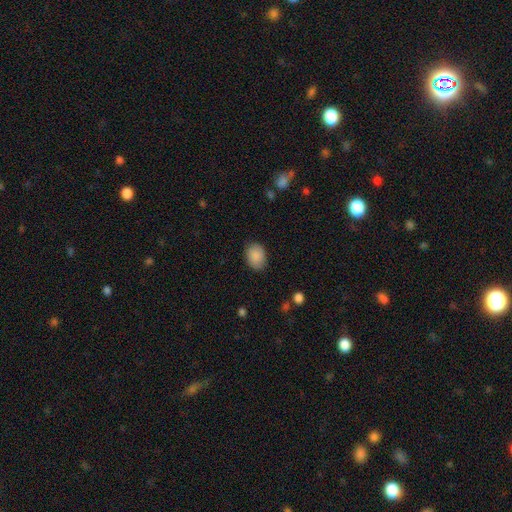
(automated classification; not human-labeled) smooth-or-featured: smooth: 88% | star or artifact: 7% | featured or disk: 4%
  how-rounded: in between: 68% | round: 31% | cigar-shaped: 1%
  merging: none: 80% | minor disturbance: 15% | major disturbance: 3% | merger: 1%